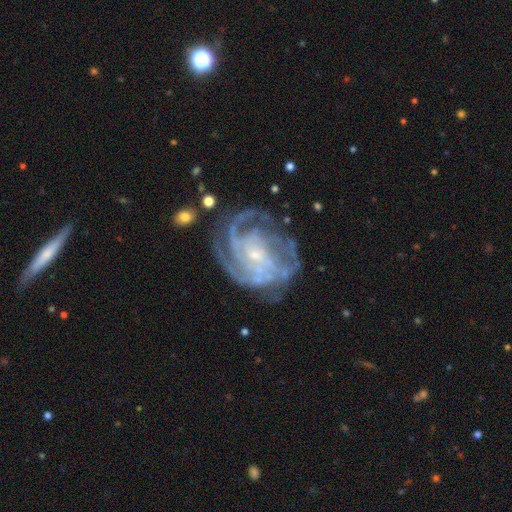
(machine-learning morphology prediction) type=featured or disk (89%); edge-on=no (98%); bar=no (61%); spiral arms=yes (97%); winding=tight (62%); arm count=3 (25%); bulge=small (72%); merging=none (64%).